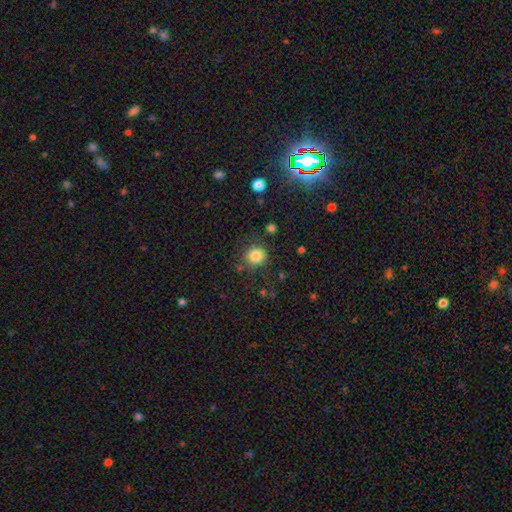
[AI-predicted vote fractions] Smooth or featured?
  - smooth: 84% *
  - star or artifact: 11%
  - featured or disk: 5%
How rounded?
  - round: 85% *
  - in between: 14%
  - cigar-shaped: 1%
Merging?
  - none: 81% *
  - minor disturbance: 11%
  - major disturbance: 4%
  - merger: 3%